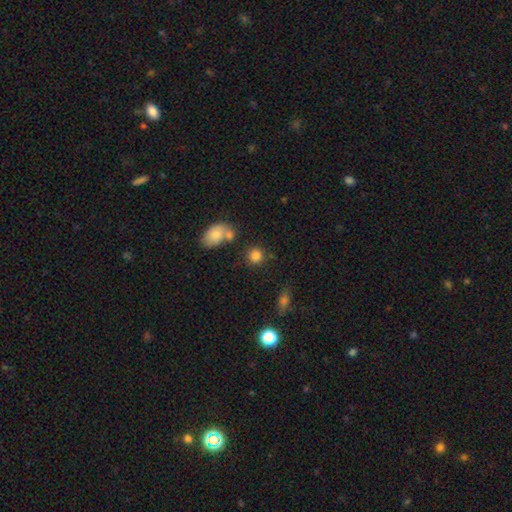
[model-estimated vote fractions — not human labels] Smooth or featured?
  - smooth: 83% *
  - star or artifact: 11%
  - featured or disk: 6%
How rounded?
  - round: 84% *
  - in between: 15%
  - cigar-shaped: 1%
Merging?
  - none: 73% *
  - merger: 13%
  - minor disturbance: 10%
  - major disturbance: 4%